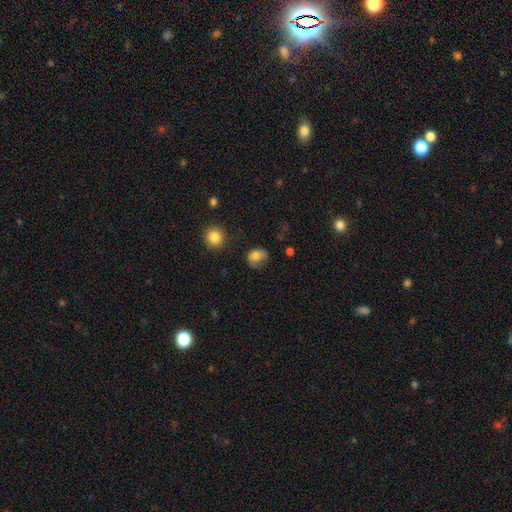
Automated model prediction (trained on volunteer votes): Q: Smooth or featured?
A: smooth (78%); runner-up: featured or disk (12%)
Q: How rounded?
A: in between (56%); runner-up: round (43%)
Q: Merging?
A: none (53%); runner-up: minor disturbance (31%)